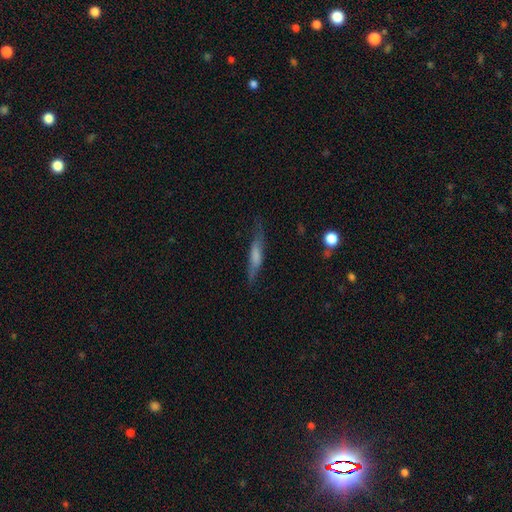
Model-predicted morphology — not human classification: smooth_or_featured: smooth (p=0.50) [alt: featured or disk p=0.42]
merging: none (p=0.69) [alt: minor disturbance p=0.20]